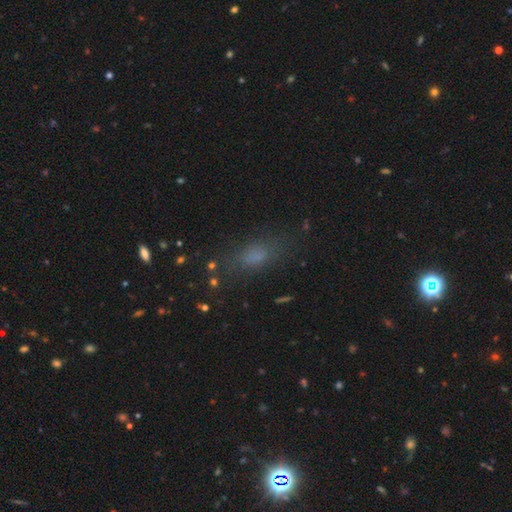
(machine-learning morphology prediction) type=smooth (71%); roundness=in between (72%); merging=none (72%).